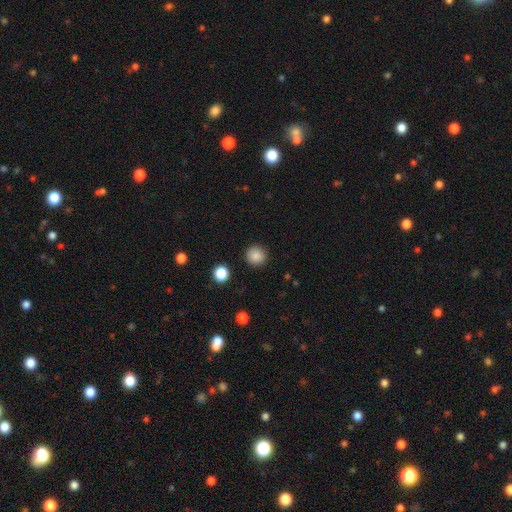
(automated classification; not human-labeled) Smooth or featured? smooth (86%)
How rounded? round (94%)
Merging? none (91%)